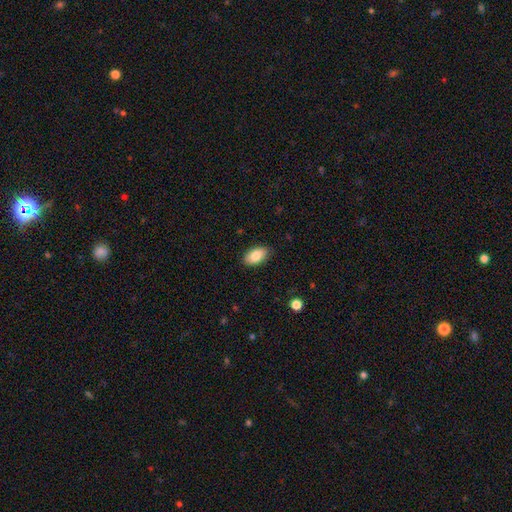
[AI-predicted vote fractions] A smooth galaxy with no disk features (84%) that is in between round and cigar-shaped (94%).

Vote fractions:
- Smooth or featured? smooth: 84% / featured or disk: 9% / star or artifact: 7%
- How rounded? in between: 94% / round: 5% / cigar-shaped: 2%
- Merging? none: 87% / minor disturbance: 10% / major disturbance: 2% / merger: 1%